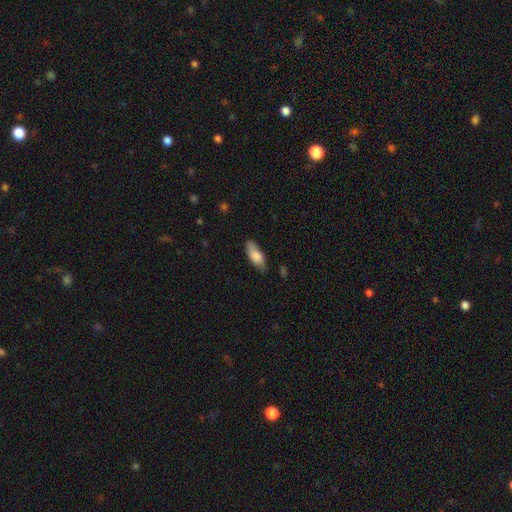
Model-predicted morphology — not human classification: Overall: smooth (80%). How rounded: in between (76%). Merging: none (74%).